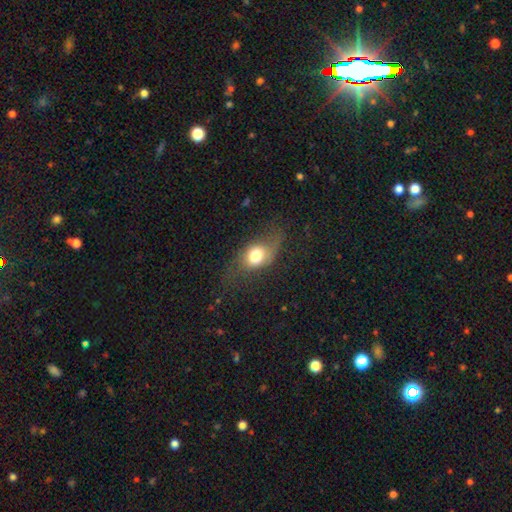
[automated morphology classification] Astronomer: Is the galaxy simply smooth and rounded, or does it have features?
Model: smooth — 64%.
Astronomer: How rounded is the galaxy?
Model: in between — 62%.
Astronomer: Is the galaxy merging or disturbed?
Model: none — 54%.